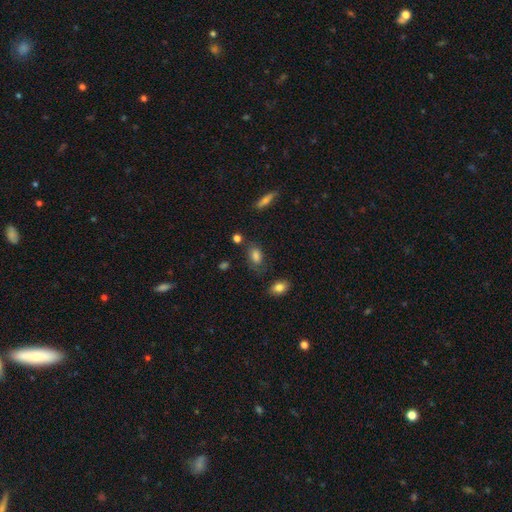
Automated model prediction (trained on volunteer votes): Smooth or featured: smooth — 80% (star or artifact — 11%)
How rounded: in between — 87% (round — 10%)
Merging: none — 67% (minor disturbance — 21%)